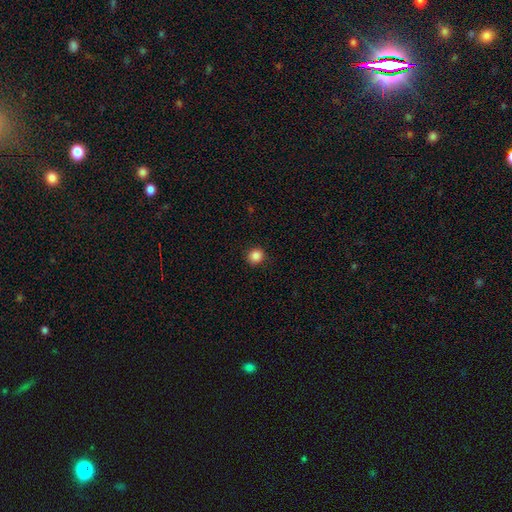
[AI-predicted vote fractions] smooth 86%, star or artifact 11%, featured or disk 3%. Down the decision tree: how rounded — round (92%); merging — none (91%).